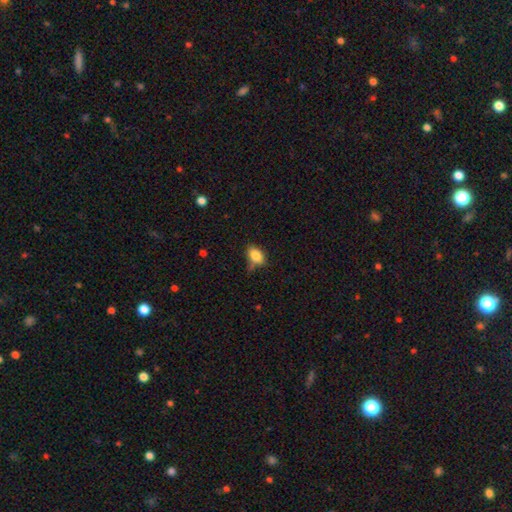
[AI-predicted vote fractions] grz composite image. It shows a smooth galaxy with no disk features (82%) that is in between round and cigar-shaped (82%). Merging: none (57%).